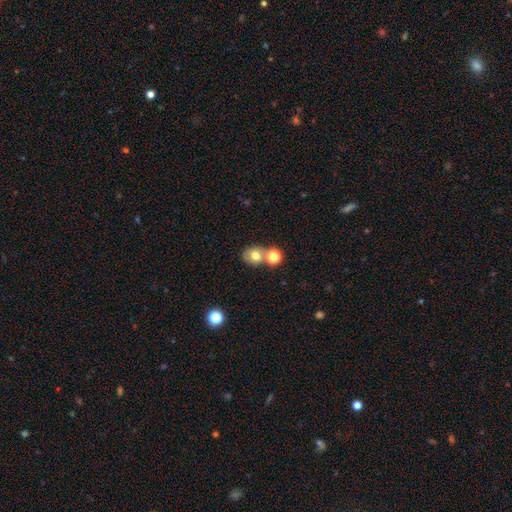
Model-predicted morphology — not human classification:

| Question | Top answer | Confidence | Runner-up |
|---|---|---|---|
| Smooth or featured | smooth | 72% | featured or disk (15%) |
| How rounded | round | 66% | in between (33%) |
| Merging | none | 50% | merger (36%) |